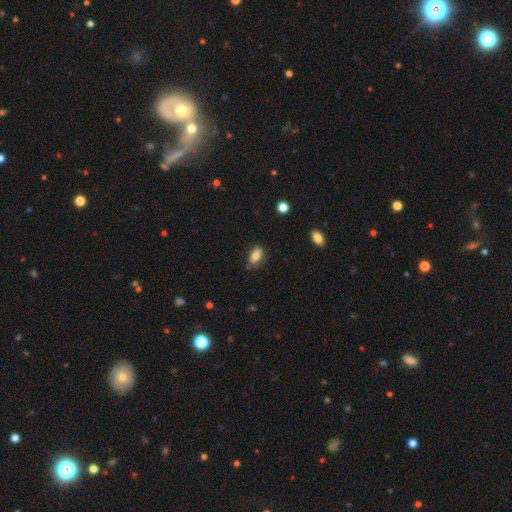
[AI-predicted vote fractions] Smooth or featured: smooth — 77% (featured or disk — 15%)
How rounded: in between — 88% (round — 7%)
Merging: none — 70% (minor disturbance — 23%)